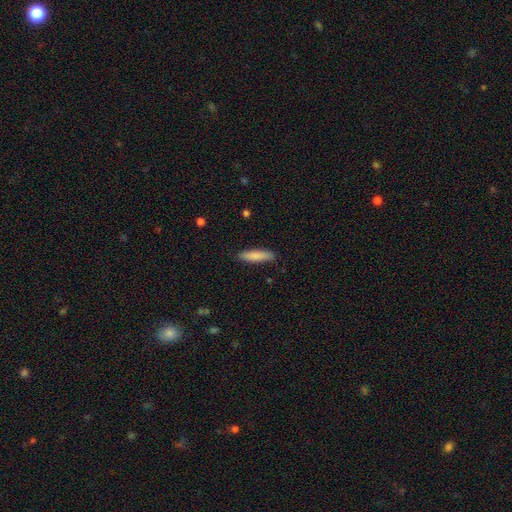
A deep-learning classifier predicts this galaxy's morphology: A smooth galaxy with no disk features (83%) that is cigar-shaped (80%). Merging: none (87%).